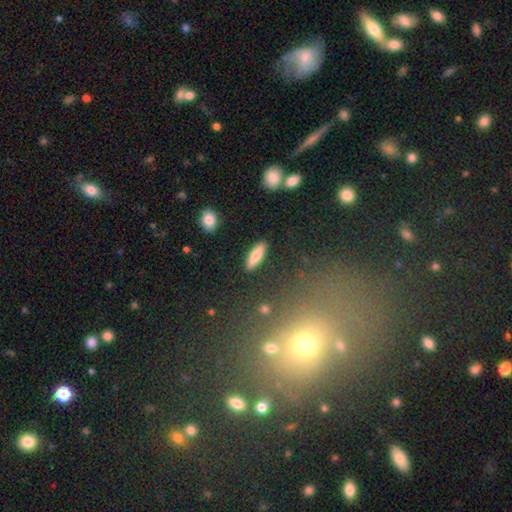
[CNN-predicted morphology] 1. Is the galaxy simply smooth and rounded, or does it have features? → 69% smooth, 24% featured or disk, 7% star or artifact.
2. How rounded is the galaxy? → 61% cigar-shaped, 37% in between, 2% round.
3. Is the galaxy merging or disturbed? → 88% none, 8% minor disturbance, 2% major disturbance, 2% merger.